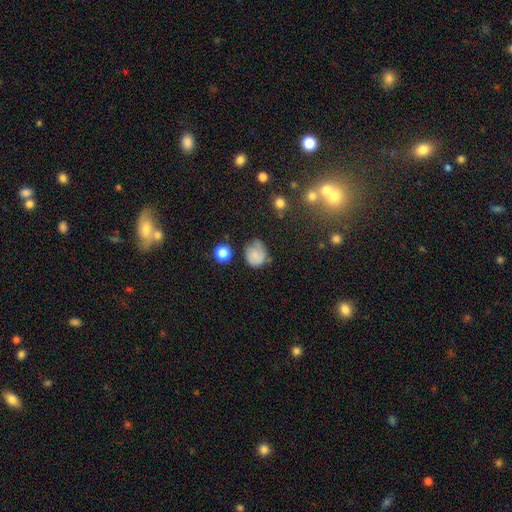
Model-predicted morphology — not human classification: smooth-or-featured: smooth: 71% | featured or disk: 18% | star or artifact: 11%
  how-rounded: round: 73% | in between: 26% | cigar-shaped: 1%
  merging: none: 51% | minor disturbance: 33% | major disturbance: 12% | merger: 4%